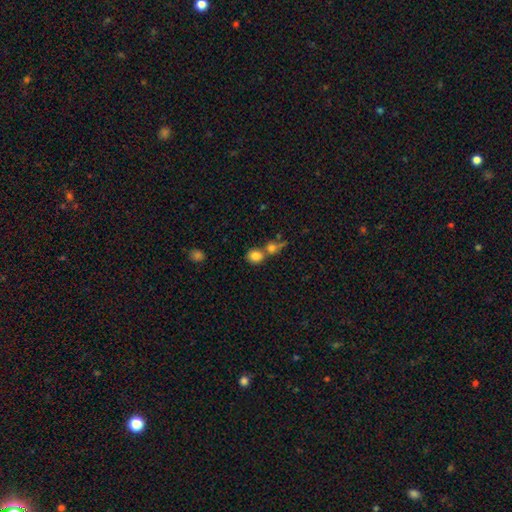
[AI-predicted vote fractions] Smooth or featured? Predicted: smooth (p=0.81). How rounded? Predicted: round (p=0.65). Merging? Predicted: merger (p=0.47).